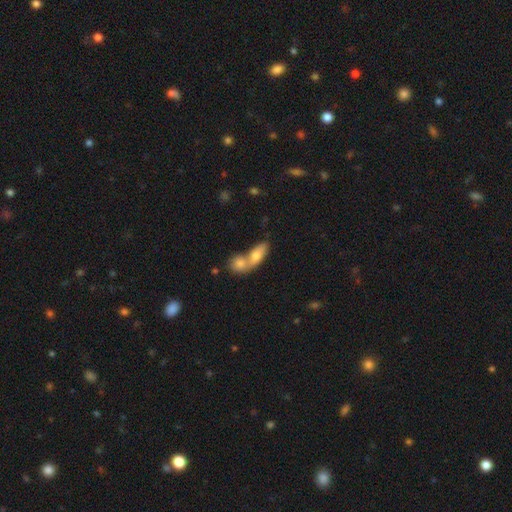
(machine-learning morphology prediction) The model was most divided on "merging": merger: 66%, none: 25%, minor disturbance: 6%, major disturbance: 3%. More confident: smooth or featured — smooth (70%); how rounded — in between (70%).